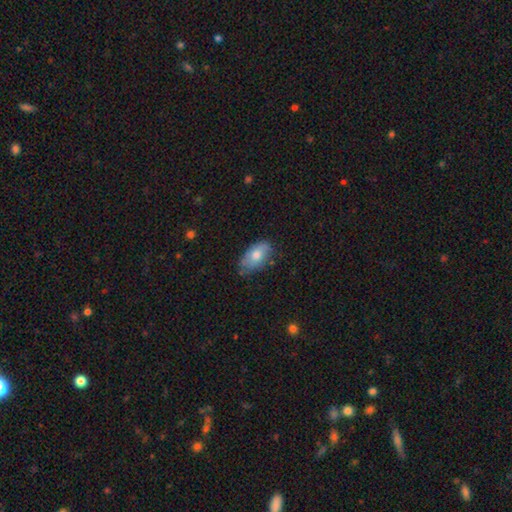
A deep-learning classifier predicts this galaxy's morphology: Smooth or featured? Predicted: smooth (p=0.74). How rounded? Predicted: in between (p=0.92). Merging? Predicted: none (p=0.68).